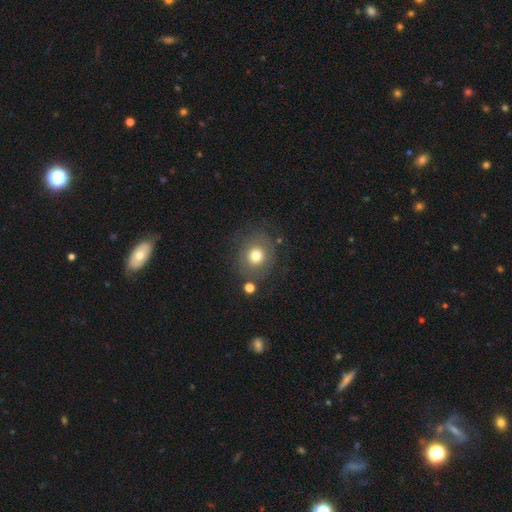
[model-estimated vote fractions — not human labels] A smooth galaxy with no disk features (69%) that is round (79%). Merging: none (76%).